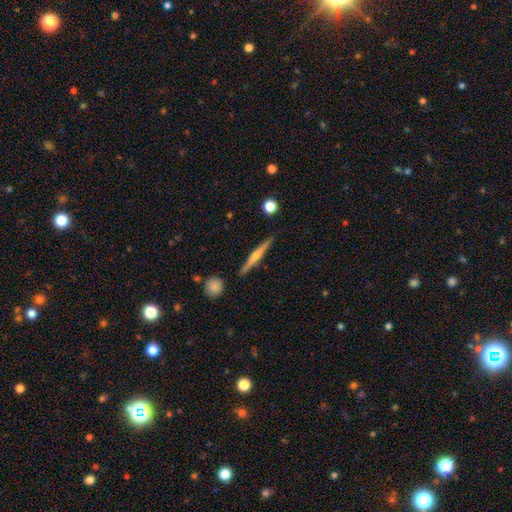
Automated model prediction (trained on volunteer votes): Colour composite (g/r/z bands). It shows a featured or disk galaxy (66%) viewed edge-on (98%) with a rounded central bulge (79%). Merging: none (90%).